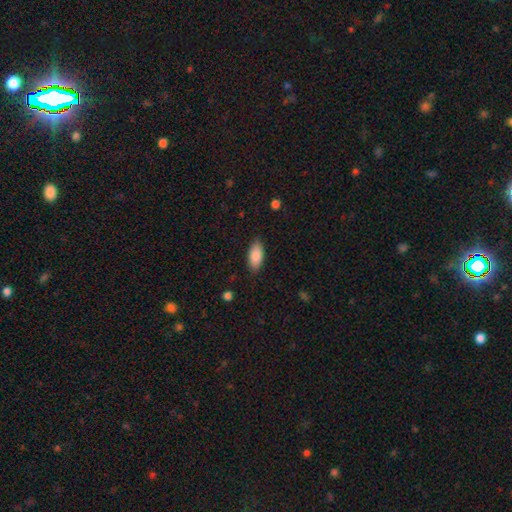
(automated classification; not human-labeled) smooth-or-featured: smooth: 87% | featured or disk: 7% | star or artifact: 6%
  how-rounded: in between: 91% | cigar-shaped: 7% | round: 2%
  merging: none: 85% | minor disturbance: 12% | major disturbance: 2% | merger: 1%